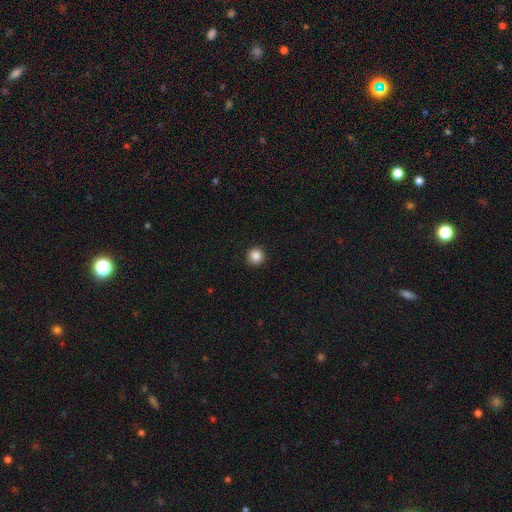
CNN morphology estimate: A smooth galaxy with no disk features (86%) that is round (96%).

Vote fractions:
- Smooth or featured? smooth: 86% / star or artifact: 10% / featured or disk: 4%
- How rounded? round: 96% / in between: 3% / cigar-shaped: 1%
- Merging? none: 93% / minor disturbance: 4% / major disturbance: 2% / merger: 1%